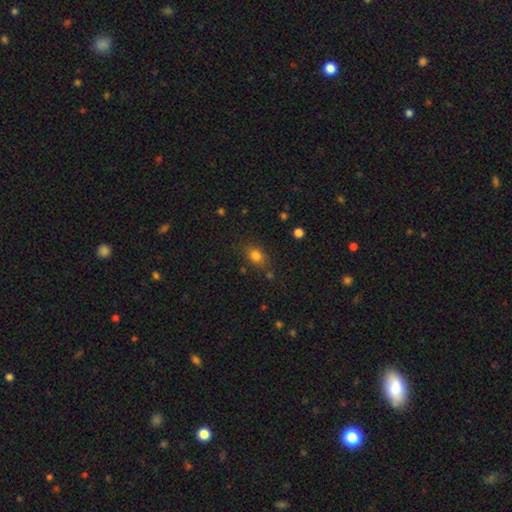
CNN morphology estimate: Overall: smooth (80%). How rounded: in between (59%; round 39%). Merging: none (77%).